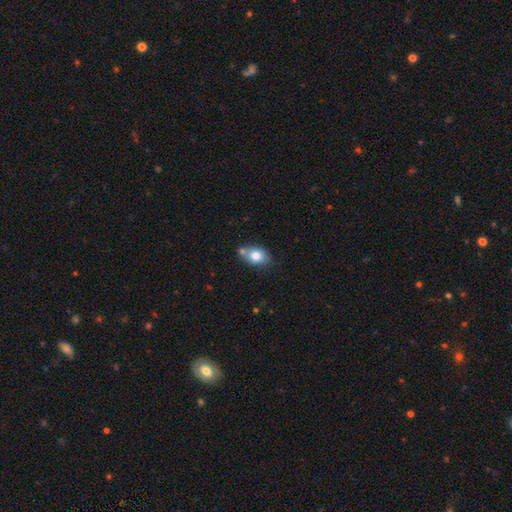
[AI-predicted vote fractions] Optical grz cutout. It shows a smooth galaxy with no disk features (78%) that is in between round and cigar-shaped (72%). Merging: none (57%).